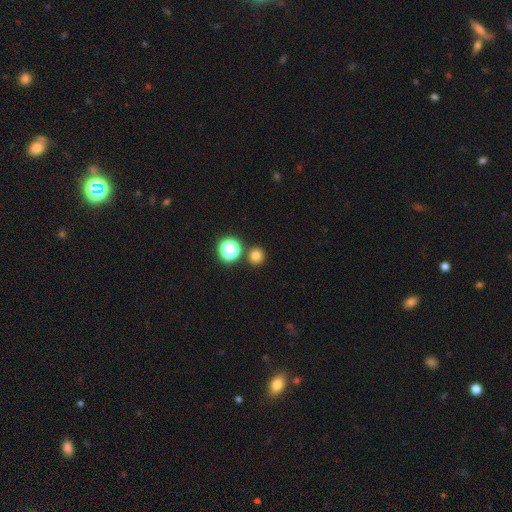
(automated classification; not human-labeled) Q: Smooth or featured?
A: smooth (76%); runner-up: star or artifact (19%)
Q: How rounded?
A: round (92%); runner-up: in between (7%)
Q: Merging?
A: none (85%); runner-up: merger (7%)